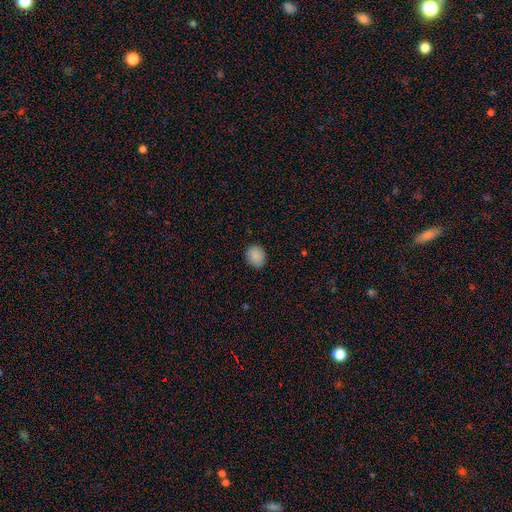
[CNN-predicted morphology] Q: Smooth or featured?
A: smooth (89%); runner-up: star or artifact (8%)
Q: How rounded?
A: round (71%); runner-up: in between (28%)
Q: Merging?
A: none (88%); runner-up: minor disturbance (9%)